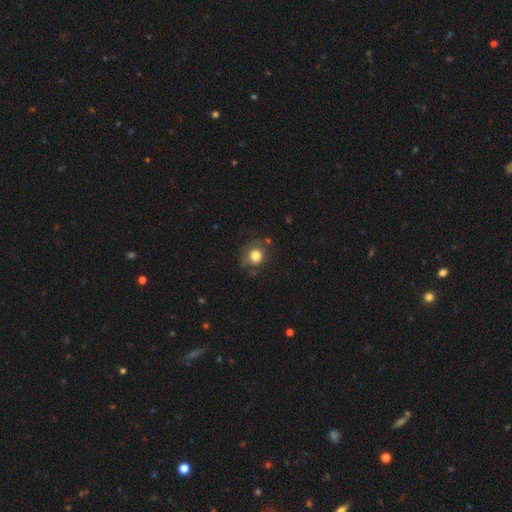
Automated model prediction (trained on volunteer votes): This is likely a smooth galaxy (78%). How rounded: likely round (80%). Merging: likely none (65%).